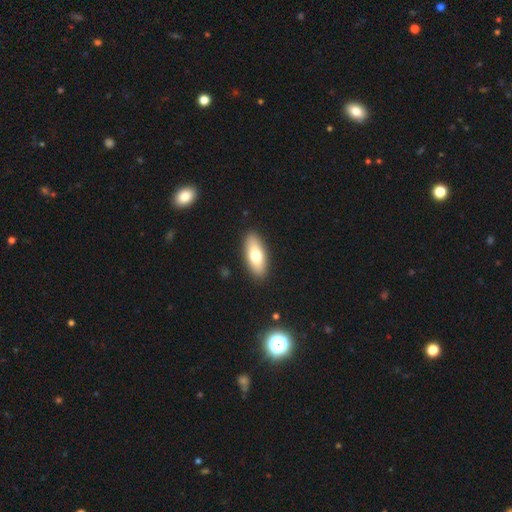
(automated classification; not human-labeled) A smooth galaxy with no disk features (71%) that is in between round and cigar-shaped (77%). Merging: none (90%).